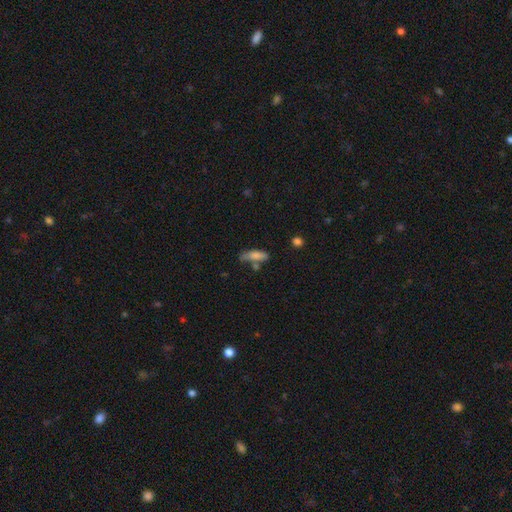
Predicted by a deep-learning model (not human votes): Smooth or featured: smooth — 78% (featured or disk — 14%)
How rounded: in between — 55% (cigar-shaped — 43%)
Merging: none — 53% (minor disturbance — 26%)